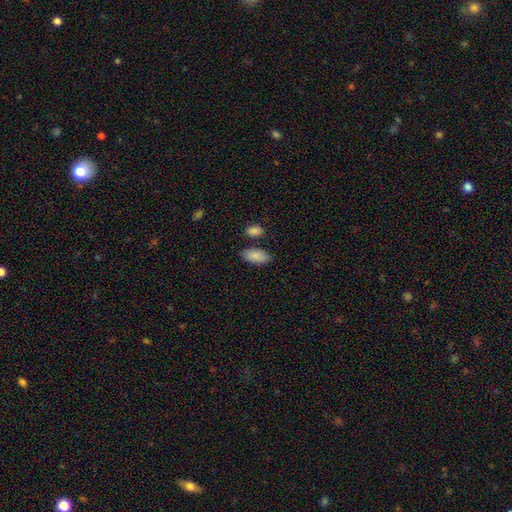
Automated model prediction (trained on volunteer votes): Smooth or featured: smooth — 88% (star or artifact — 6%)
How rounded: in between — 93% (cigar-shaped — 4%)
Merging: none — 77% (minor disturbance — 13%)